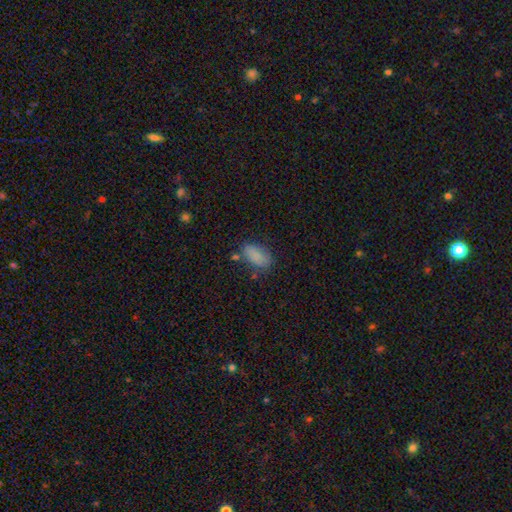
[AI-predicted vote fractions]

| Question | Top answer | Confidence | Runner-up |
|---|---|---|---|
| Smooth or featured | smooth | 84% | star or artifact (9%) |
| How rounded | in between | 92% | round (5%) |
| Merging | none | 71% | minor disturbance (18%) |